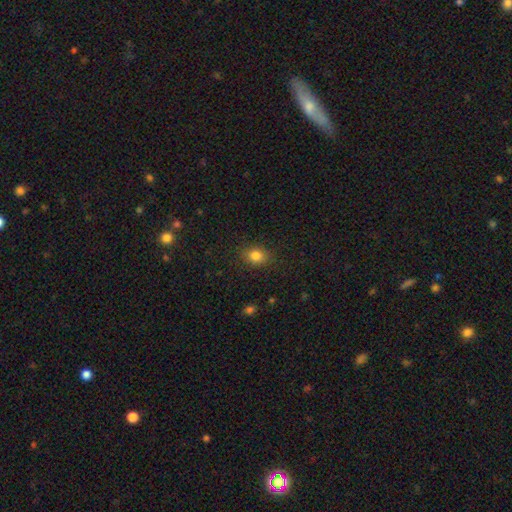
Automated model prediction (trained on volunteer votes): Overall: smooth (82%). How rounded: in between (56%; round 43%). Merging: none (87%).